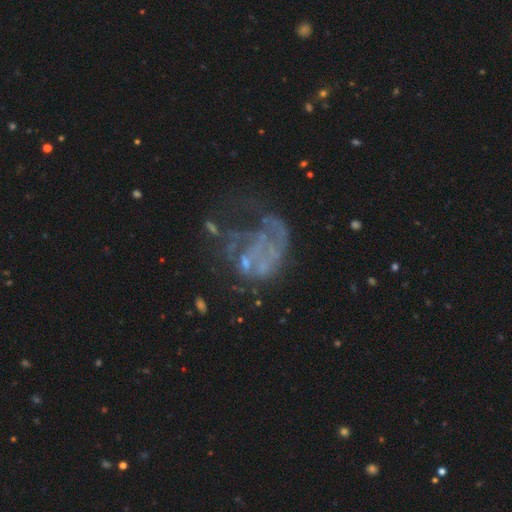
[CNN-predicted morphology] The model was most divided on "merging": major disturbance: 52%, none: 24%, minor disturbance: 14%, merger: 10%. More confident: edge-on disk — no (98%); bar — no (89%); bulge size — none (79%); spiral arms — no (74%); smooth or featured — featured or disk (68%).